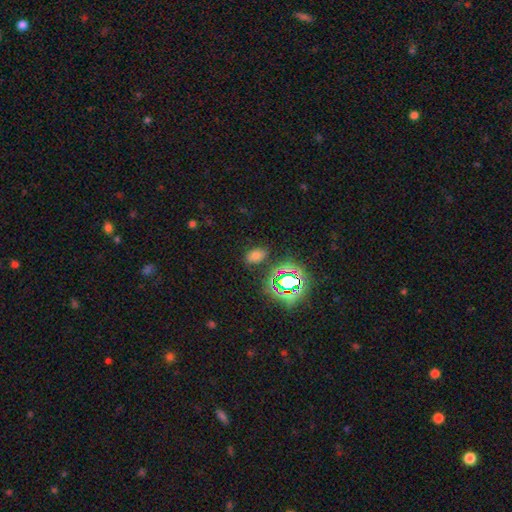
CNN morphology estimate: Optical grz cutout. It shows a smooth galaxy with no disk features (61%) that is in between round and cigar-shaped (84%). Merging: none (83%).